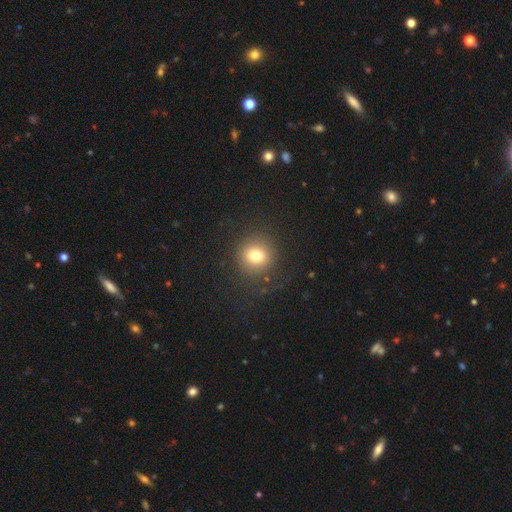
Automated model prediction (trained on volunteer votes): This appears to be a smooth galaxy with no disk features (76%) that is round (90%). Merging: none (84%).